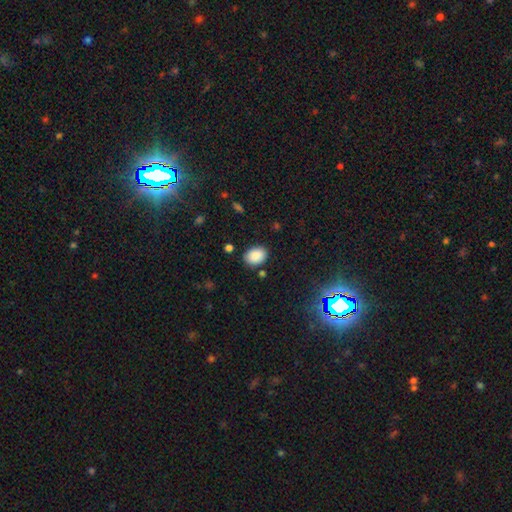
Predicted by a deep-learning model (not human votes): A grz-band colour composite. It shows a smooth galaxy with no disk features (87%) that is in between round and cigar-shaped (71%). Merging: none (83%).